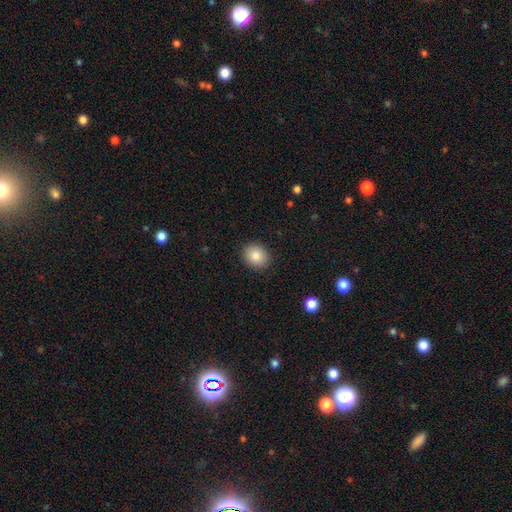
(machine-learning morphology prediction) A smooth galaxy with no disk features (84%) that is round (63%). Merging: none (89%).